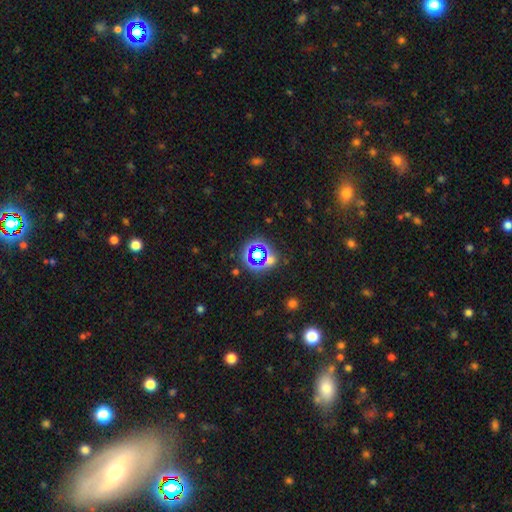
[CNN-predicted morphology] type=star or artifact (59%).